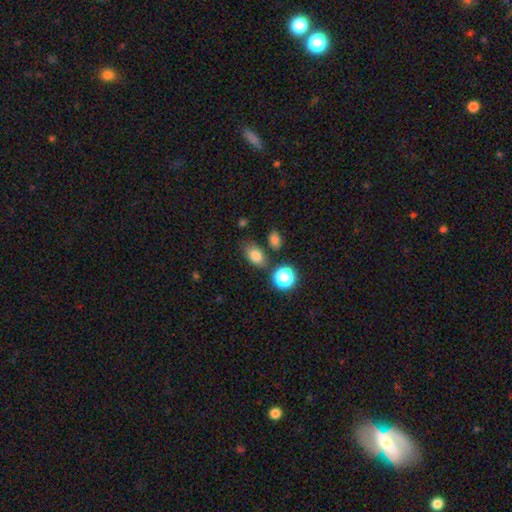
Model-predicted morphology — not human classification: smooth_or_featured: smooth (p=0.79) [alt: star or artifact p=0.13]
how_rounded: in between (p=0.82) [alt: round p=0.16]
merging: none (p=0.73) [alt: minor disturbance p=0.14]